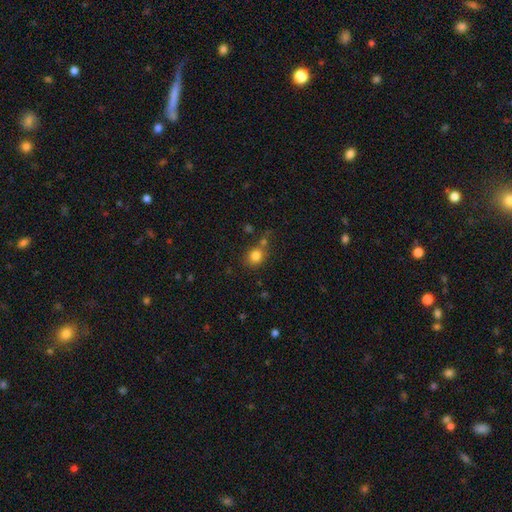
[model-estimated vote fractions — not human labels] smooth 82%, star or artifact 11%, featured or disk 7%. Down the decision tree: how rounded — round (76%); merging — none (64%).